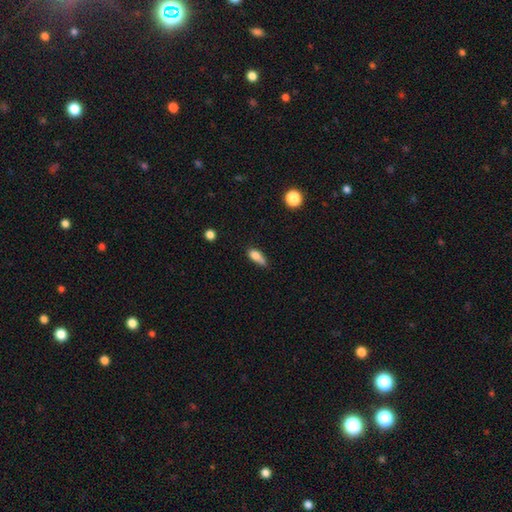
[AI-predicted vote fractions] This is likely a smooth galaxy (78%). How rounded: likely in between (74%). Merging: marginally minor disturbance (38%, tied with none).